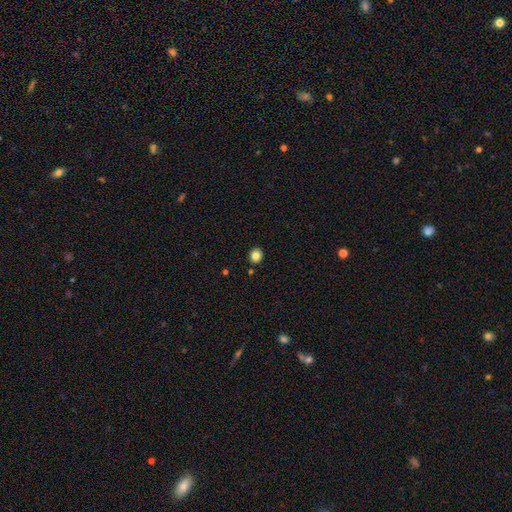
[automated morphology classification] type=smooth (83%); roundness=round (84%); merging=none (89%).